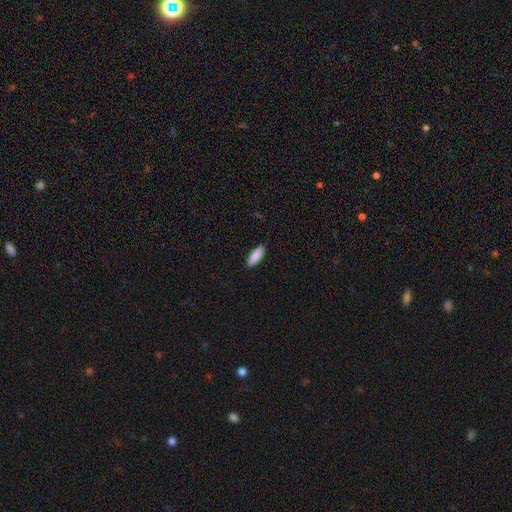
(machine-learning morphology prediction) Smooth or featured? smooth (90%)
How rounded? in between (65%)
Merging? none (89%)